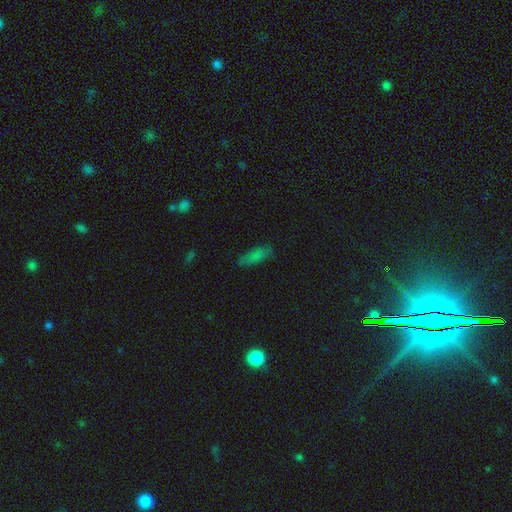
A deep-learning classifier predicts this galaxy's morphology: Q: Smooth or featured?
A: smooth (77%); runner-up: star or artifact (12%)
Q: How rounded?
A: in between (63%); runner-up: cigar-shaped (34%)
Q: Merging?
A: none (76%); runner-up: minor disturbance (18%)